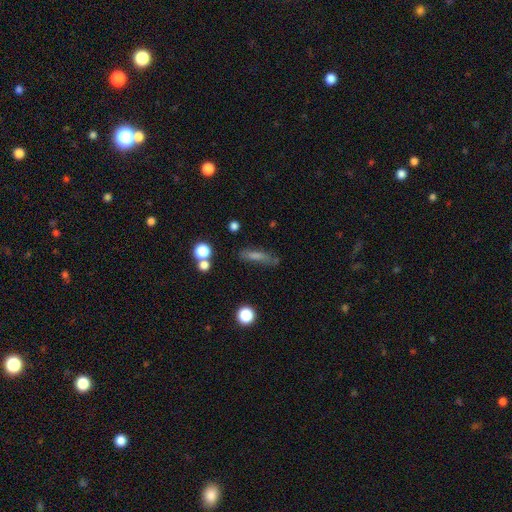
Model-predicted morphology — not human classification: This is likely a smooth galaxy (61%). How rounded: likely cigar-shaped (68%). Merging: likely none (66%).